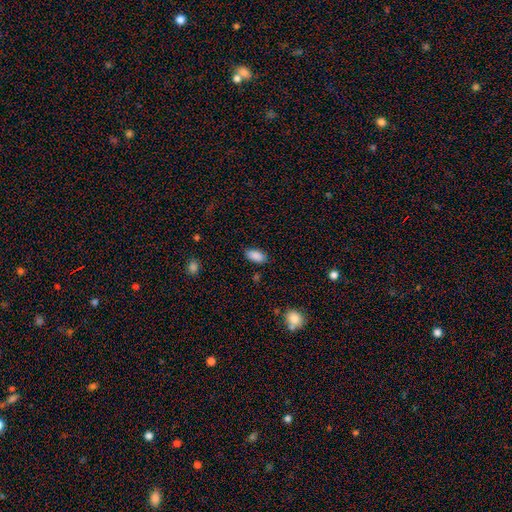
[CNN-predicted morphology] Smooth or featured: smooth — 89% (star or artifact — 8%)
How rounded: in between — 93% (cigar-shaped — 4%)
Merging: none — 84% (minor disturbance — 12%)